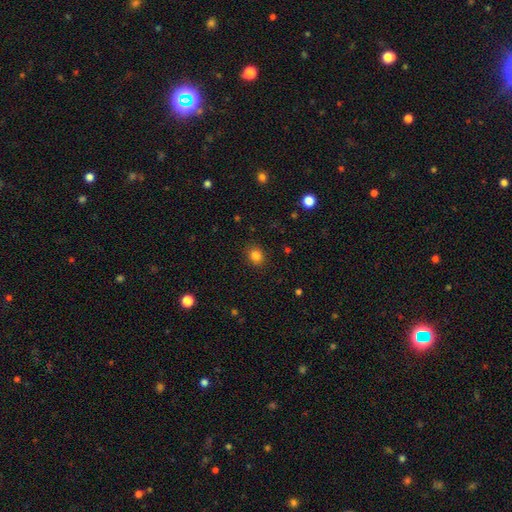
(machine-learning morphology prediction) smooth-or-featured: smooth: 83% | star or artifact: 12% | featured or disk: 5%
  how-rounded: round: 71% | in between: 28% | cigar-shaped: 1%
  merging: none: 88% | minor disturbance: 8% | major disturbance: 3% | merger: 1%